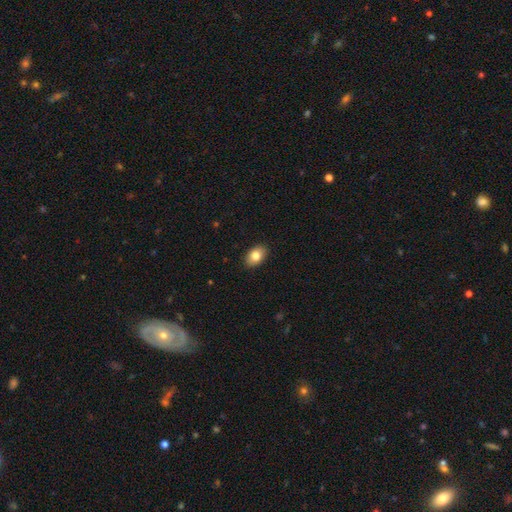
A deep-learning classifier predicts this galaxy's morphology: Smooth or featured: smooth — 82% (featured or disk — 10%)
How rounded: in between — 85% (round — 14%)
Merging: none — 89% (minor disturbance — 8%)